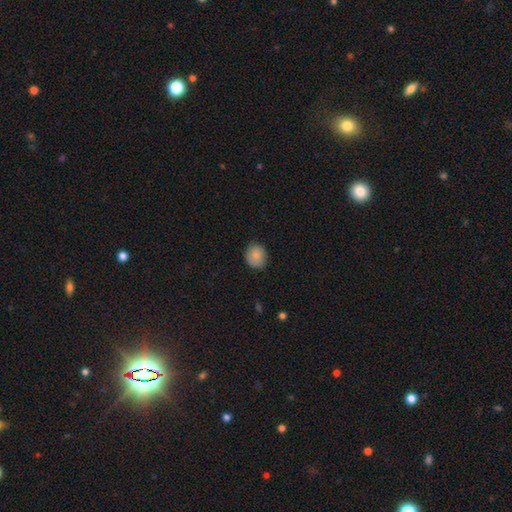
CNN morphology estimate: This appears to be a smooth galaxy with no disk features (81%) that is round (73%). Merging: none (82%).